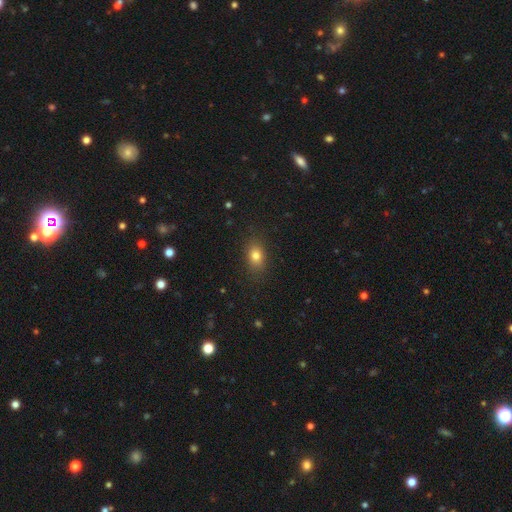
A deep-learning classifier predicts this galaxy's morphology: Smooth or featured?
  - smooth: 79% *
  - star or artifact: 11%
  - featured or disk: 9%
How rounded?
  - in between: 71% *
  - round: 26%
  - cigar-shaped: 2%
Merging?
  - none: 85% *
  - minor disturbance: 11%
  - major disturbance: 3%
  - merger: 1%